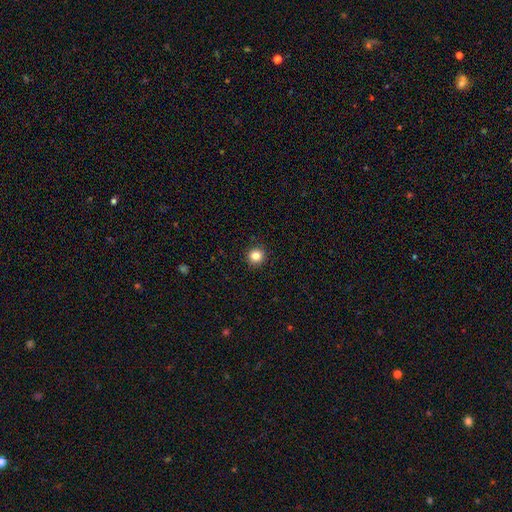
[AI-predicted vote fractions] The model was most divided on "smooth or featured": smooth: 84%, star or artifact: 11%, featured or disk: 5%. More confident: how rounded — round (94%); merging — none (93%).